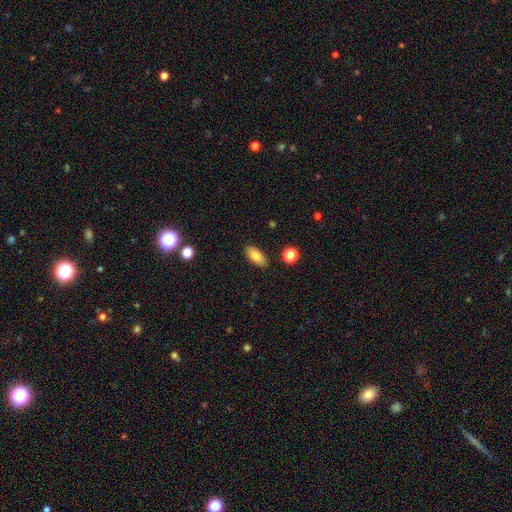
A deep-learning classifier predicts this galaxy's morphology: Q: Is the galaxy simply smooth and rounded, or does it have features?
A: smooth — 79%.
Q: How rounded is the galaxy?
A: in between — 87%.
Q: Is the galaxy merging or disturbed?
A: none — 88%.